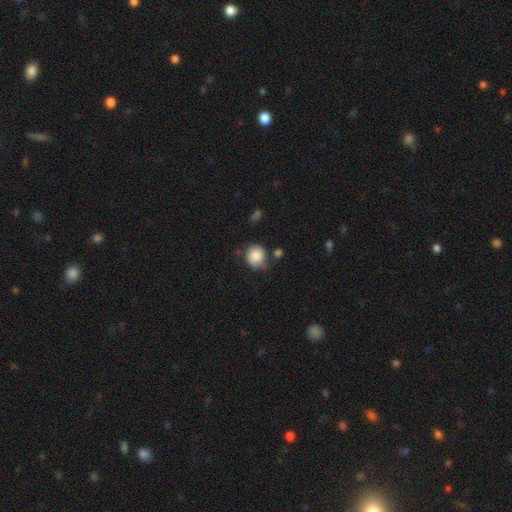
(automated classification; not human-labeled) smooth-or-featured: smooth: 86% | star or artifact: 8% | featured or disk: 6%
  how-rounded: round: 84% | in between: 15% | cigar-shaped: 1%
  merging: none: 67% | minor disturbance: 21% | major disturbance: 6% | merger: 6%